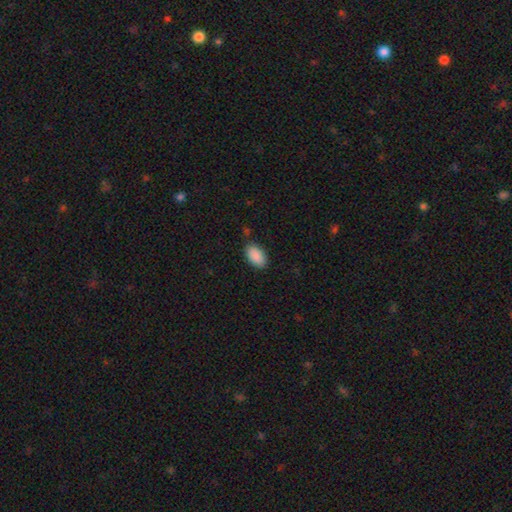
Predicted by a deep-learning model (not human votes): Smooth or featured? smooth (90%)
How rounded? in between (94%)
Merging? none (84%)